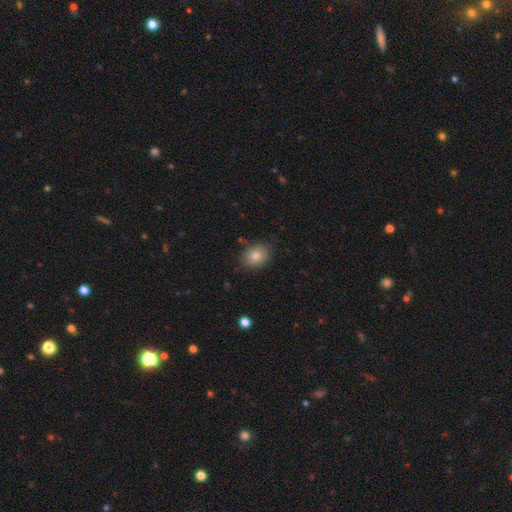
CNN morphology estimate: A smooth galaxy with no disk features (81%) that is in between round and cigar-shaped (57%). Merging: none (83%).